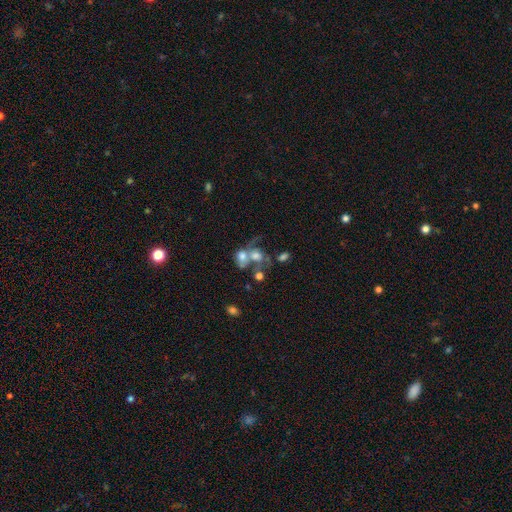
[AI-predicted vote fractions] A smooth galaxy with no disk features (49%). Merging: merger (60%).